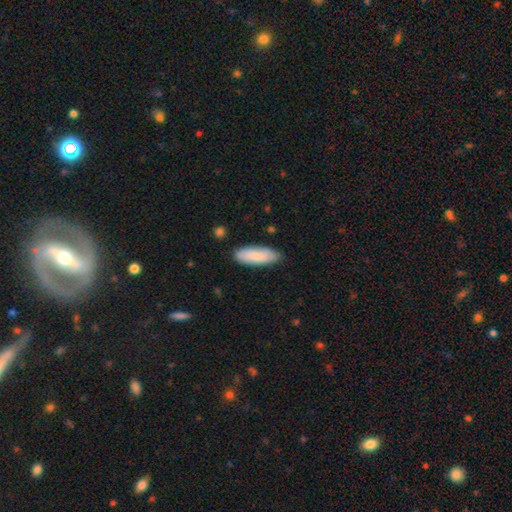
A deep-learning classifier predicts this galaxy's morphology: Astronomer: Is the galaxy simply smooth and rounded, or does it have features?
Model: smooth — 84%.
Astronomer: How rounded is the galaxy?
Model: in between — 64%.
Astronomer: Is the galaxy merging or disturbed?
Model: none — 84%.